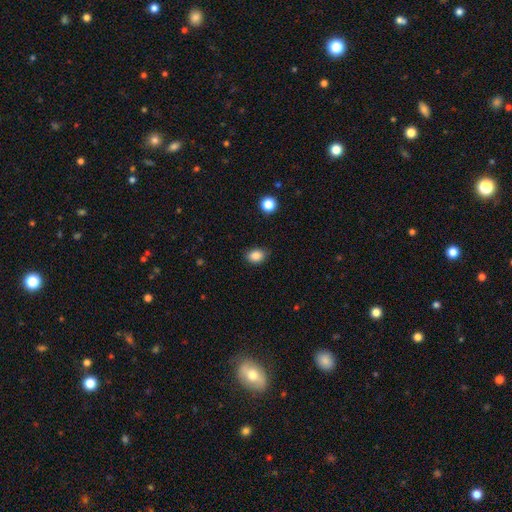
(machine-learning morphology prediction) This is clearly a smooth galaxy (86%). How rounded: likely in between (63%). Merging: clearly none (82%).